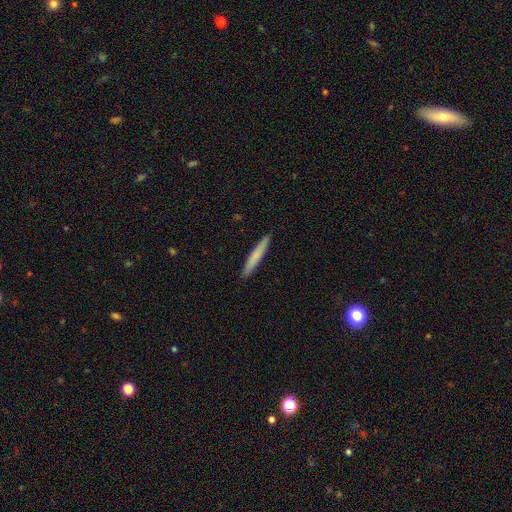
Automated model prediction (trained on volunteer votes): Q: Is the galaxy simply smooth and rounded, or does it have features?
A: smooth — 71%.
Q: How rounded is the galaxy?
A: cigar-shaped — 96%.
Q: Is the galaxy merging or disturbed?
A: none — 92%.